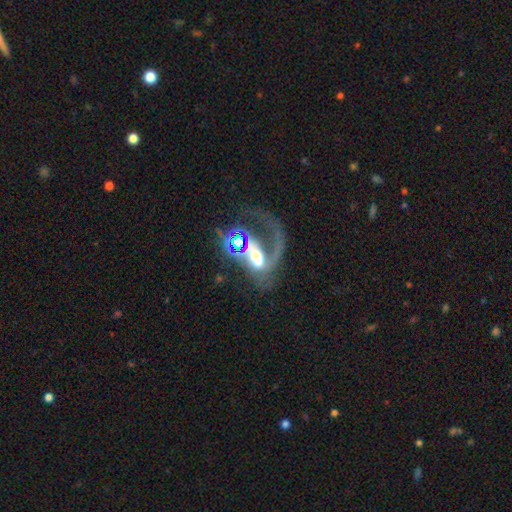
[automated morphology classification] smooth-or-featured: featured or disk: 68% | smooth: 18% | star or artifact: 14%
  disk-edge-on: no: 96% | yes: 4%
    bar: no: 44% | weak: 30% | strong: 27%
    has-spiral-arms: yes: 78% | no: 22%
      spiral-winding: loose: 60% | medium: 31% | tight: 9%
      spiral-arm-count: 1: 60% | 2: 27% | can't tell: 7% | 3: 3% | 4: 1% | more than 4: 1%
    bulge-size: moderate: 54% | large: 25% | small: 11% | dominant: 6% | none: 3%
  merging: major disturbance: 44% | merger: 27% | none: 20% | minor disturbance: 10%